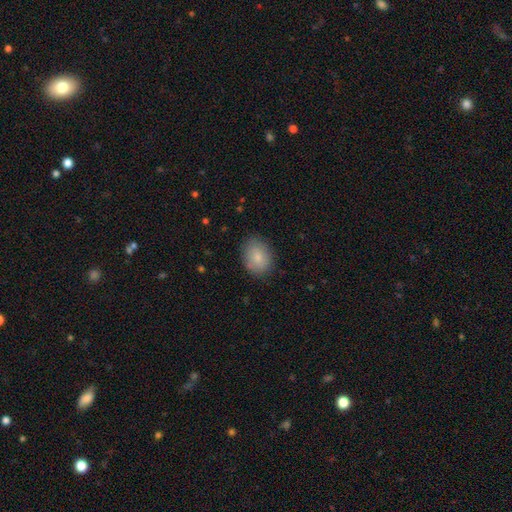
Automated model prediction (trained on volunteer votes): Overall: smooth (83%). How rounded: in between (67%; round 32%). Merging: none (86%).